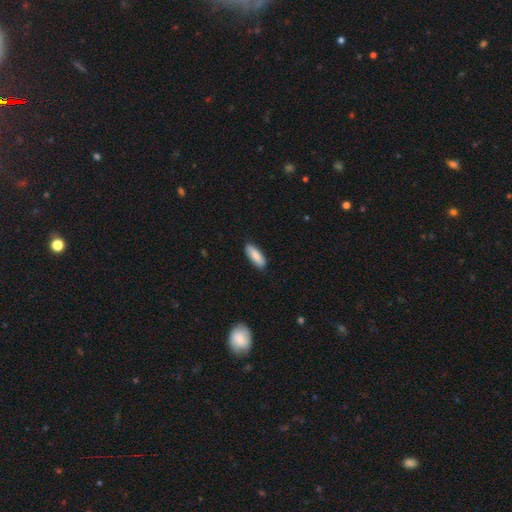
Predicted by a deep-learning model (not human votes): Overall: smooth (85%). How rounded: in between (64%; cigar-shaped 34%). Merging: none (87%).